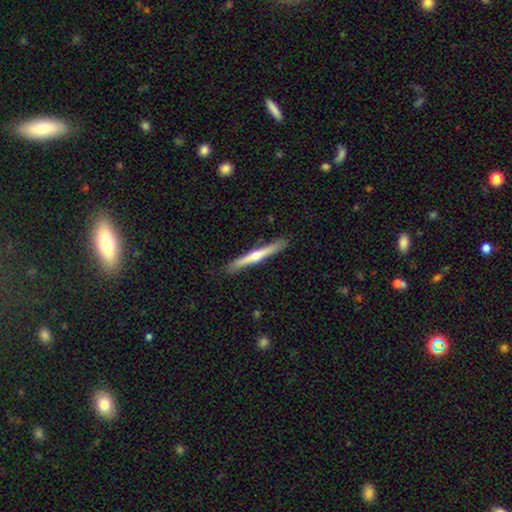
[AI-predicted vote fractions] Q: Smooth or featured?
A: featured or disk (62%); runner-up: smooth (33%)
Q: Edge-on disk?
A: yes (97%); runner-up: no (3%)
Q: Edge-on bulge?
A: rounded (84%); runner-up: none (13%)
Q: Merging?
A: none (89%); runner-up: minor disturbance (8%)